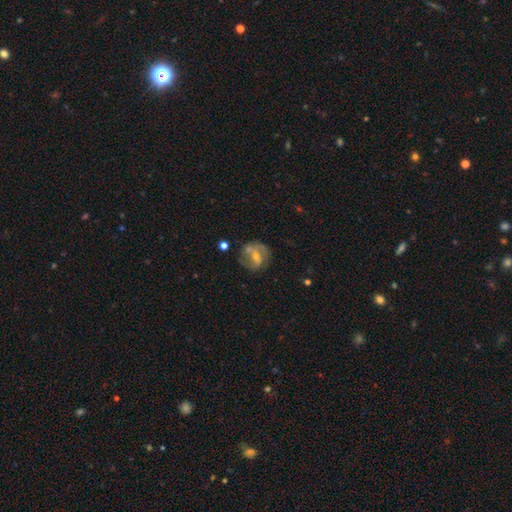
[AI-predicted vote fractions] smooth-or-featured: featured or disk: 62% | smooth: 30% | star or artifact: 8%
  disk-edge-on: no: 96% | yes: 4%
    bar: weak: 44% | no: 30% | strong: 26%
    has-spiral-arms: yes: 72% | no: 28%
    bulge-size: small: 50% | moderate: 41% | none: 5% | large: 3% | dominant: 1%
  merging: none: 61% | minor disturbance: 21% | major disturbance: 12% | merger: 7%